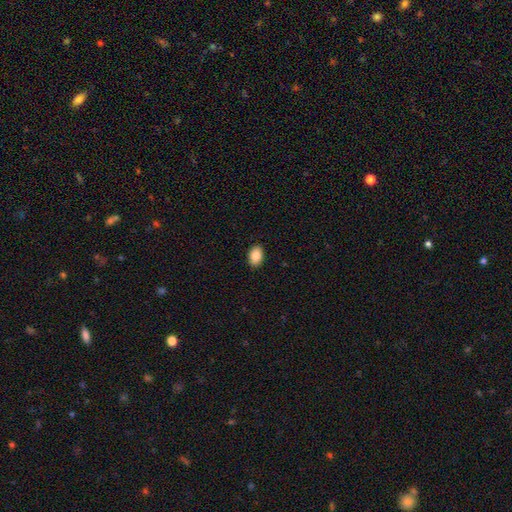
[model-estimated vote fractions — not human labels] This is clearly a smooth galaxy (88%). How rounded: clearly in between (86%). Merging: clearly none (90%).